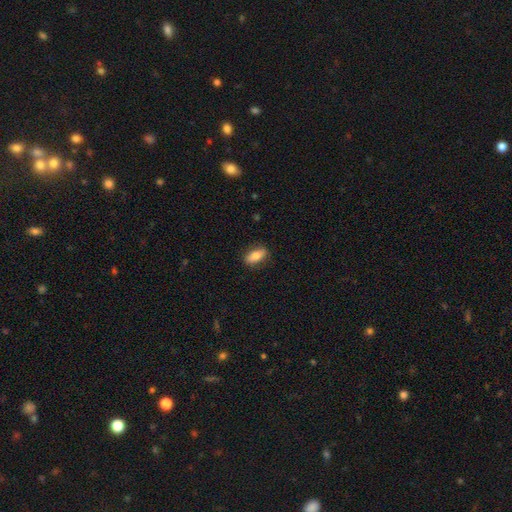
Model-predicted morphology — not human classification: Smooth or featured? smooth (72%)
How rounded? in between (79%)
Merging? none (84%)